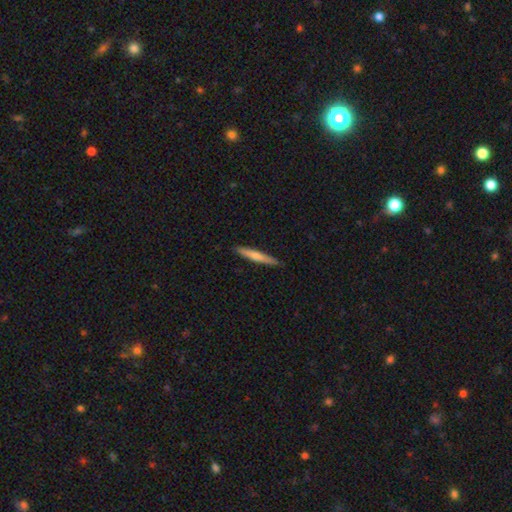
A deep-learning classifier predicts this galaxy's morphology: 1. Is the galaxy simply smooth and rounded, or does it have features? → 62% smooth, 32% featured or disk, 5% star or artifact.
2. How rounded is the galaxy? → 94% cigar-shaped, 5% in between, 1% round.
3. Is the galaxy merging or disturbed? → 89% none, 9% minor disturbance, 1% major disturbance, 1% merger.